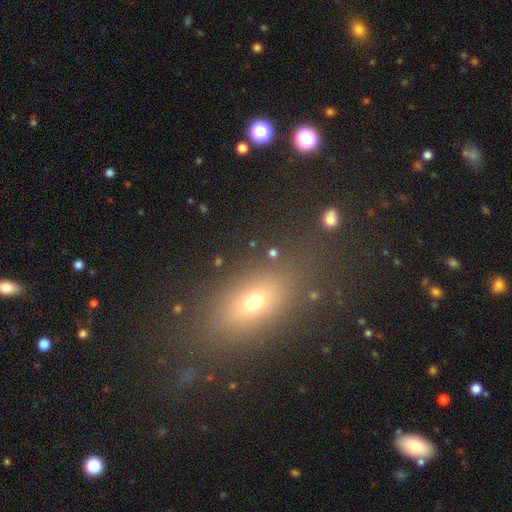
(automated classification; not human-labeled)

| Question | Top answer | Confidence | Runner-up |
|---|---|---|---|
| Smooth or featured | smooth | 61% | star or artifact (24%) |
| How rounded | in between | 72% | round (17%) |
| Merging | none | 83% | minor disturbance (10%) |